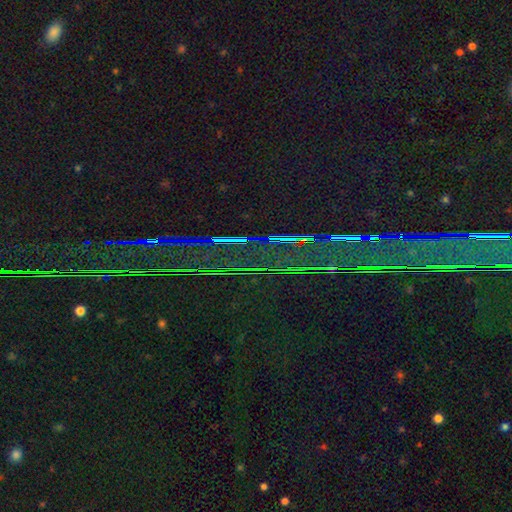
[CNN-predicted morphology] smooth-or-featured: star or artifact: 88% | featured or disk: 7% | smooth: 5%